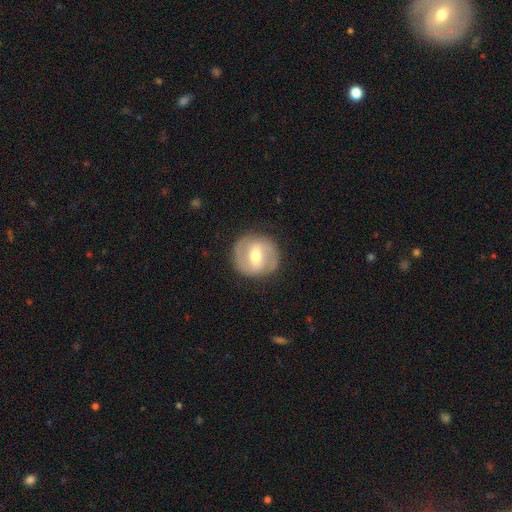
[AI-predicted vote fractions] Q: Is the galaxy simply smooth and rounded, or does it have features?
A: featured or disk — 72%.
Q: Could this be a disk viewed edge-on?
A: no — 96%.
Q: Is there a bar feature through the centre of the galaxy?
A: weak — 44%.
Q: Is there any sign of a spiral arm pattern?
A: yes — 78%.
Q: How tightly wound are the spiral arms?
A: medium — 44%.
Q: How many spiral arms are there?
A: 2 — 85%.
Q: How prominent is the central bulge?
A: moderate — 68%.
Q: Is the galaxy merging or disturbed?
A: none — 85%.